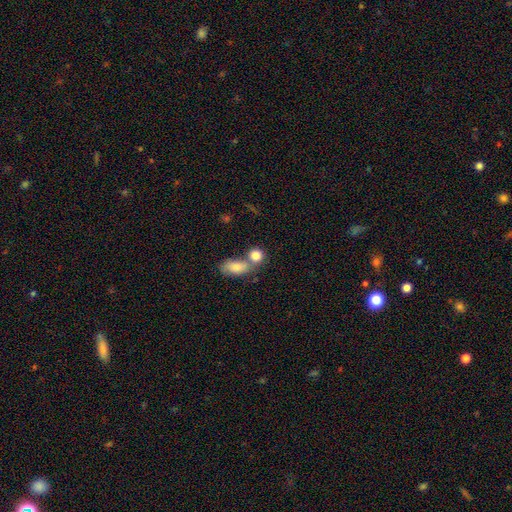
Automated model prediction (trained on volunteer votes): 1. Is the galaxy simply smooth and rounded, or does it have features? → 84% smooth, 8% star or artifact, 8% featured or disk.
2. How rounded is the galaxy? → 62% round, 35% in between, 3% cigar-shaped.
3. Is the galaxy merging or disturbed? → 45% merger, 42% none, 9% minor disturbance, 4% major disturbance.